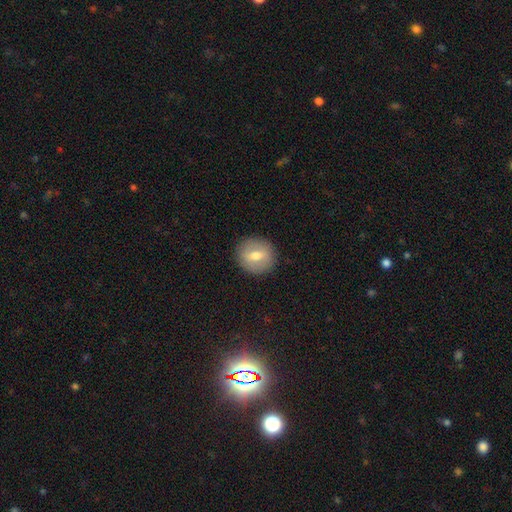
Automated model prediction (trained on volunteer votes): Smooth or featured?
  - smooth: 57% *
  - featured or disk: 35%
  - star or artifact: 8%
How rounded?
  - round: 85% *
  - in between: 14%
  - cigar-shaped: 1%
Merging?
  - none: 88% *
  - minor disturbance: 8%
  - major disturbance: 3%
  - merger: 1%